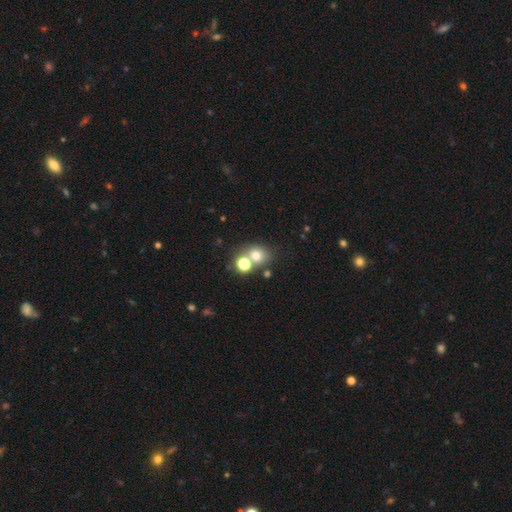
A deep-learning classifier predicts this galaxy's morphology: smooth 71%, star or artifact 18%, featured or disk 12%. Down the decision tree: how rounded — round (73%); merging — none (54%).